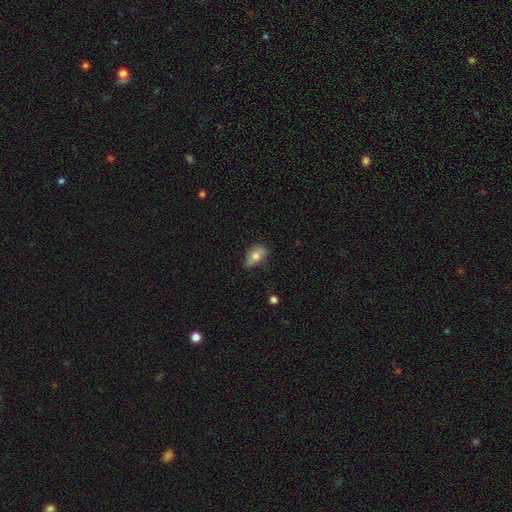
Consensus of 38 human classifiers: This is likely a smooth galaxy (66%). How rounded: clearly in between (88%). Merging: possibly none (51%).